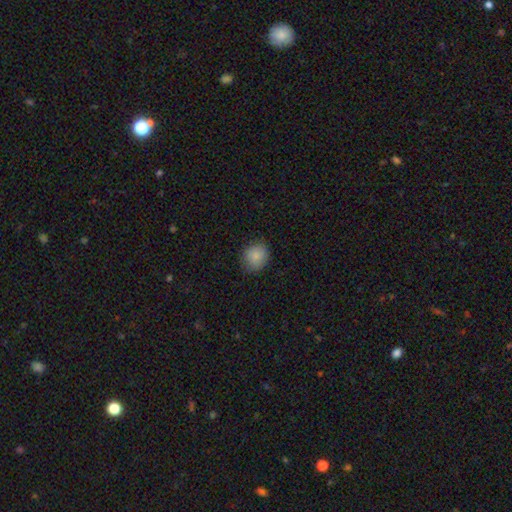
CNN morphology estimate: The model was most divided on "how rounded": round: 74%, in between: 25%, cigar-shaped: 1%. More confident: smooth or featured — smooth (86%); merging — none (81%).